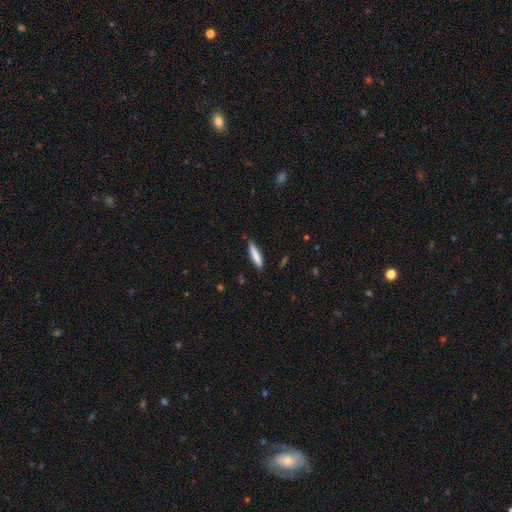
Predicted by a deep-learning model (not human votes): The model was most divided on "smooth or featured": smooth: 82%, featured or disk: 12%, star or artifact: 6%. More confident: how rounded — cigar-shaped (86%); merging — none (85%).